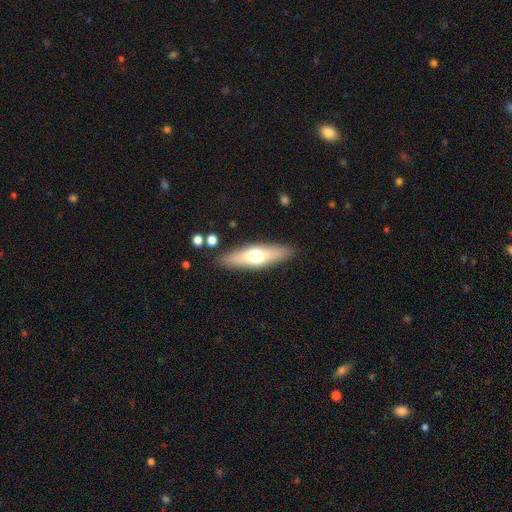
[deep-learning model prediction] Overall: smooth (55%; featured or disk 39%). How rounded: cigar-shaped (64%; in between 34%). Merging: none (87%).